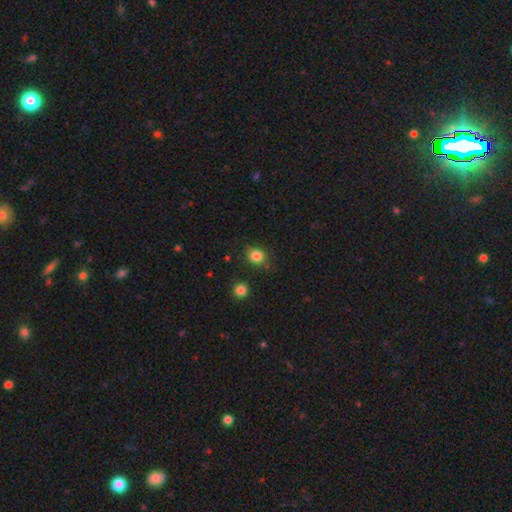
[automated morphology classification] Smooth or featured?
  - smooth: 83% *
  - star or artifact: 11%
  - featured or disk: 6%
How rounded?
  - round: 68% *
  - in between: 31%
  - cigar-shaped: 1%
Merging?
  - none: 78% *
  - minor disturbance: 15%
  - major disturbance: 4%
  - merger: 3%